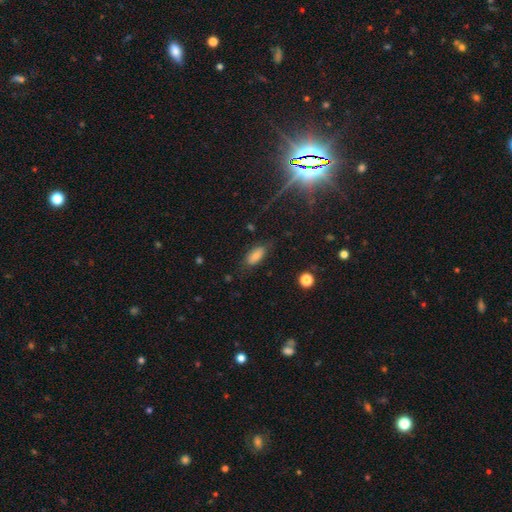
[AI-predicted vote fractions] smooth_or_featured: smooth (p=0.80) [alt: featured or disk p=0.11]
how_rounded: in between (p=0.84) [alt: cigar-shaped p=0.13]
merging: none (p=0.71) [alt: minor disturbance p=0.21]